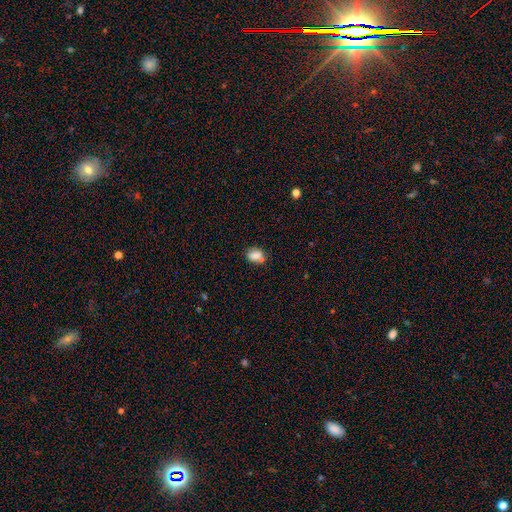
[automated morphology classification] This is likely a smooth galaxy (79%). How rounded: likely in between (65%). Merging: possibly none (58%).